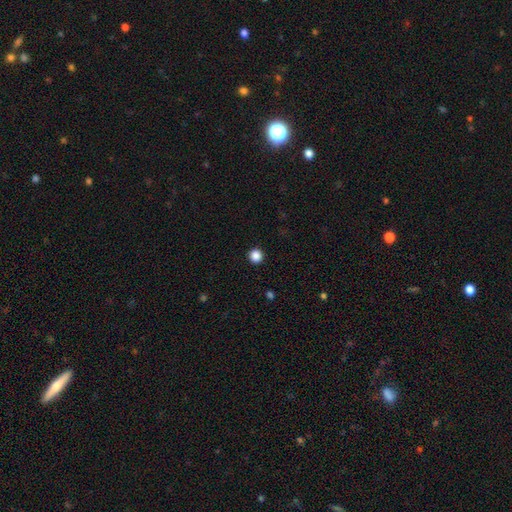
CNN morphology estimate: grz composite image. It shows a smooth galaxy with no disk features (87%) that is round (95%). Merging: none (94%).